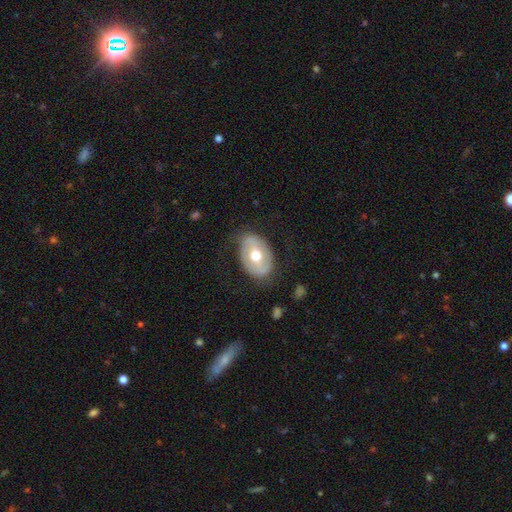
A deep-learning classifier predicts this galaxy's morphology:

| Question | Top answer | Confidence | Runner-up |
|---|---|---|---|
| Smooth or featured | featured or disk | 48% | smooth (46%) |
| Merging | none | 74% | minor disturbance (18%) |